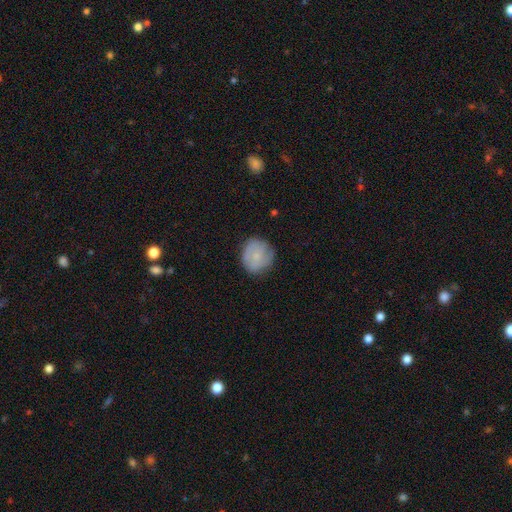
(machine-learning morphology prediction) Smooth or featured? Predicted: smooth (p=0.72). How rounded? Predicted: round (p=0.87). Merging? Predicted: none (p=0.77).